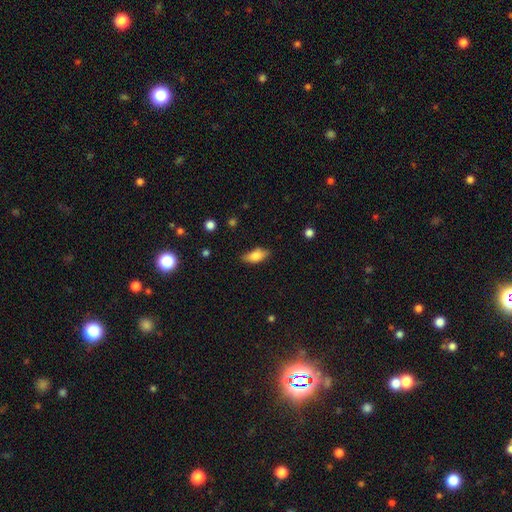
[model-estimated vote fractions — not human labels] smooth 78%, featured or disk 15%, star or artifact 7%. Down the decision tree: how rounded — in between (83%); merging — none (81%).